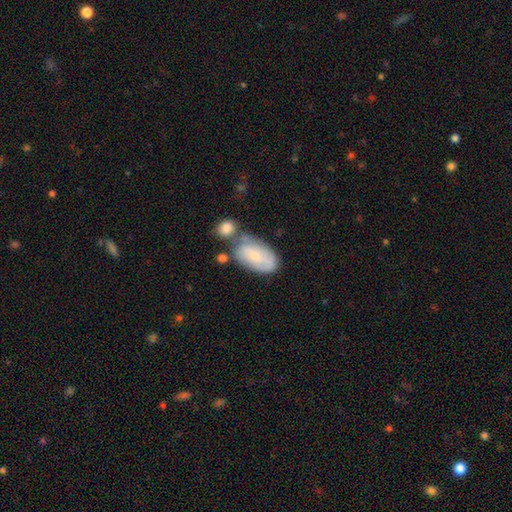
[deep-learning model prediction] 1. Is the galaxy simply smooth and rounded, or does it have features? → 63% smooth, 30% featured or disk, 7% star or artifact.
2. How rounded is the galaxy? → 93% in between, 4% round, 3% cigar-shaped.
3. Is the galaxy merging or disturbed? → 38% none, 31% merger, 23% minor disturbance, 9% major disturbance.